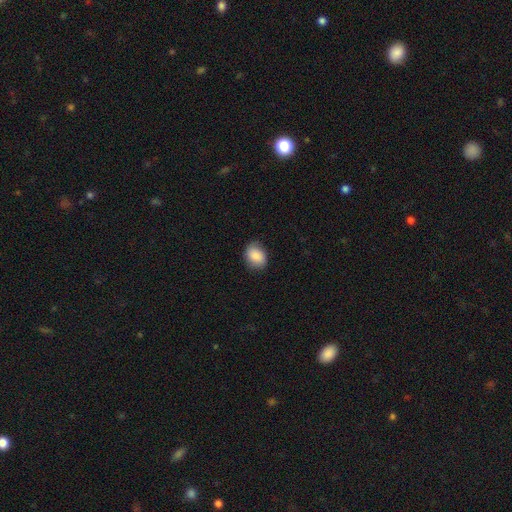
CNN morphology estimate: A smooth galaxy with no disk features (85%) that is in between round and cigar-shaped (66%). Merging: none (80%).